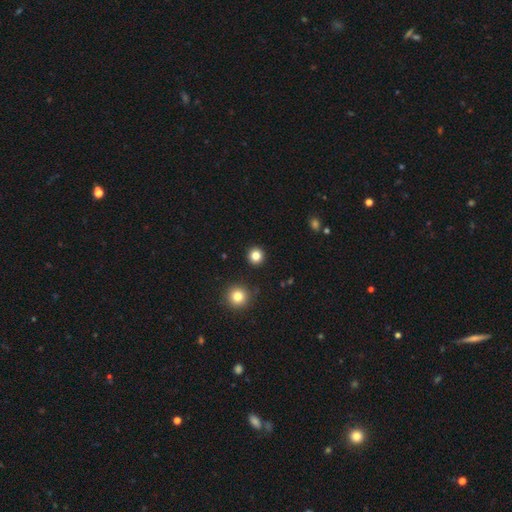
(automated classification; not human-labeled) Morphology: type=smooth (82%); roundness=round (94%); merging=none (92%).